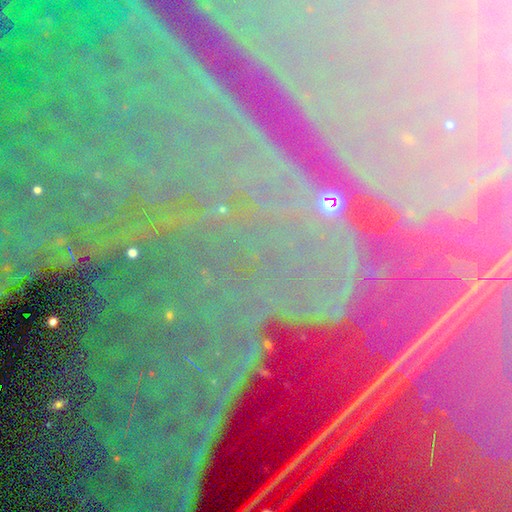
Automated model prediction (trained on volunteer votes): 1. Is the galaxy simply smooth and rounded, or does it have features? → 87% star or artifact, 7% featured or disk, 6% smooth.